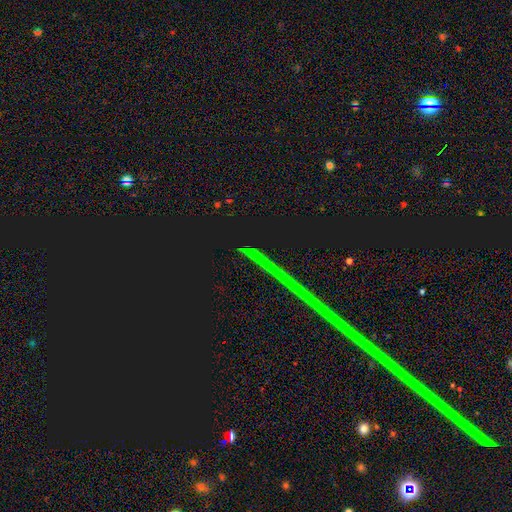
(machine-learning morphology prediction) Overall: star or artifact (89%).